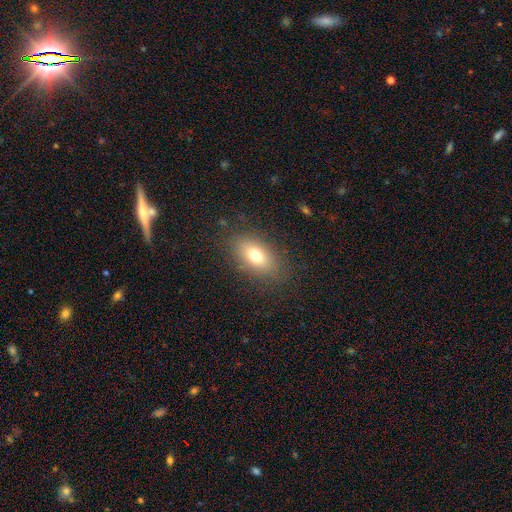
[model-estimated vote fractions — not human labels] smooth 74%, featured or disk 15%, star or artifact 11%. Down the decision tree: how rounded — in between (87%); merging — none (83%).